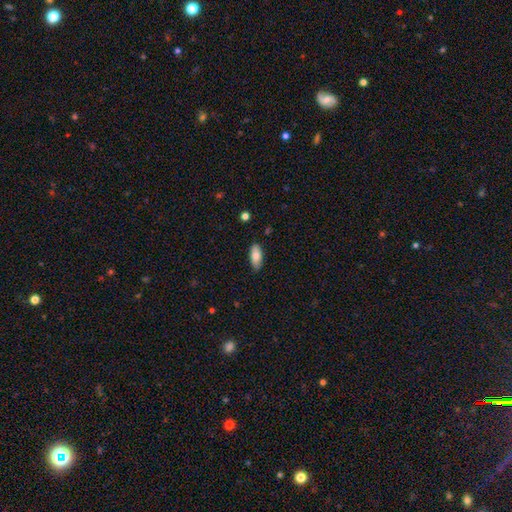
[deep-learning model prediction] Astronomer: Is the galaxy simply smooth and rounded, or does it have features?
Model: smooth — 79%.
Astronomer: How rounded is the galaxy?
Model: in between — 88%.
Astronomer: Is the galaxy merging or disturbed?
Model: none — 84%.